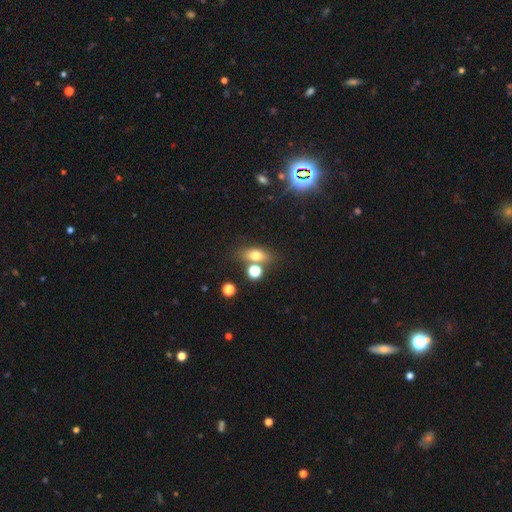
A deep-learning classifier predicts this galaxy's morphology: A smooth galaxy with no disk features (71%) that is in between round and cigar-shaped (70%).

Vote fractions:
- Smooth or featured? smooth: 71% / featured or disk: 15% / star or artifact: 14%
- How rounded? in between: 70% / round: 22% / cigar-shaped: 9%
- Merging? none: 64% / merger: 20% / minor disturbance: 12% / major disturbance: 5%